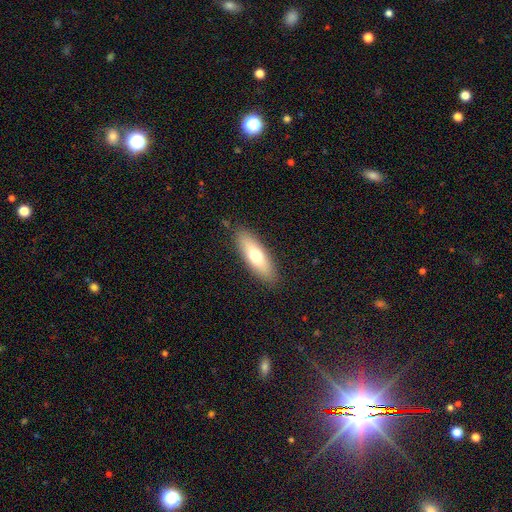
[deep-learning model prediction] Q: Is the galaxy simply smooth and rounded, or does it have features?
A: smooth — 66%.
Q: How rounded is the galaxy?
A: in between — 55%.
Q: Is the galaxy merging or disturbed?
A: none — 87%.